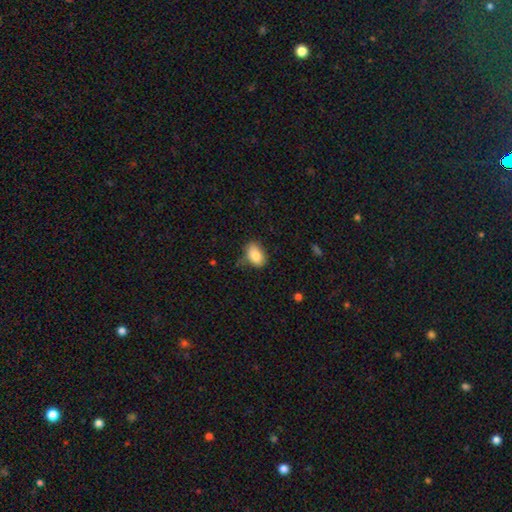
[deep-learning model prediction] Smooth or featured? smooth (84%)
How rounded? in between (86%)
Merging? none (65%)